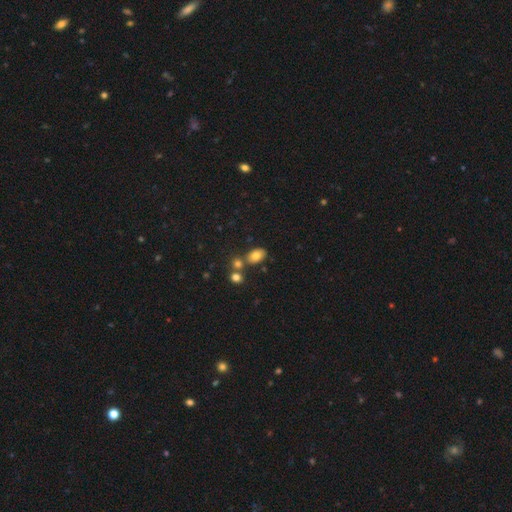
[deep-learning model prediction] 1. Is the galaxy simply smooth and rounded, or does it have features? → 79% smooth, 11% star or artifact, 10% featured or disk.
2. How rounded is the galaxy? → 85% in between, 14% round, 2% cigar-shaped.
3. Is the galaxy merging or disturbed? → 64% none, 20% merger, 12% minor disturbance, 4% major disturbance.